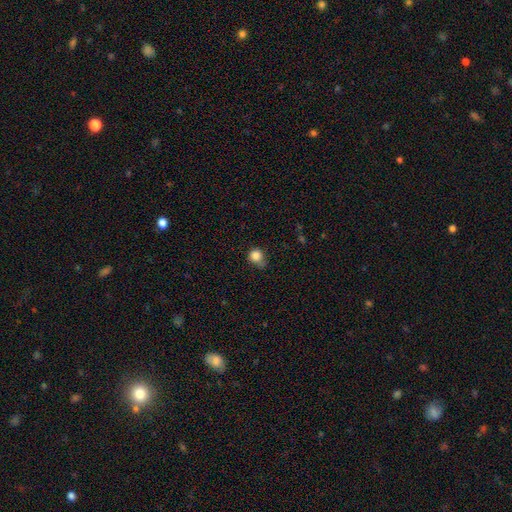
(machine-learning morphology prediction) A smooth galaxy with no disk features (84%) that is round (81%).

Vote fractions:
- Smooth or featured? smooth: 84% / star or artifact: 11% / featured or disk: 6%
- How rounded? round: 81% / in between: 18% / cigar-shaped: 1%
- Merging? none: 50% / minor disturbance: 36% / major disturbance: 10% / merger: 3%